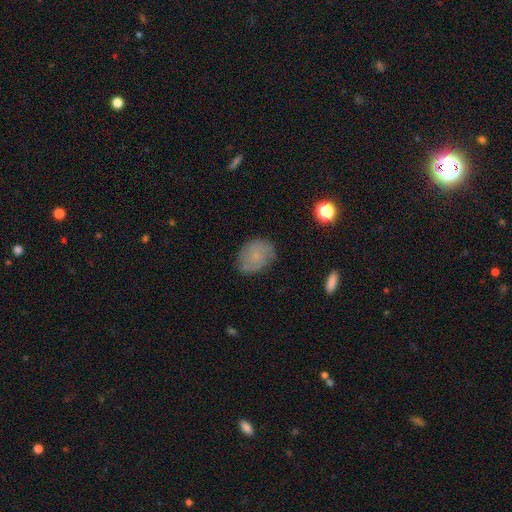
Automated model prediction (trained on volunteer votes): Smooth or featured? Predicted: smooth (p=0.58). How rounded? Predicted: in between (p=0.59). Merging? Predicted: none (p=0.75).